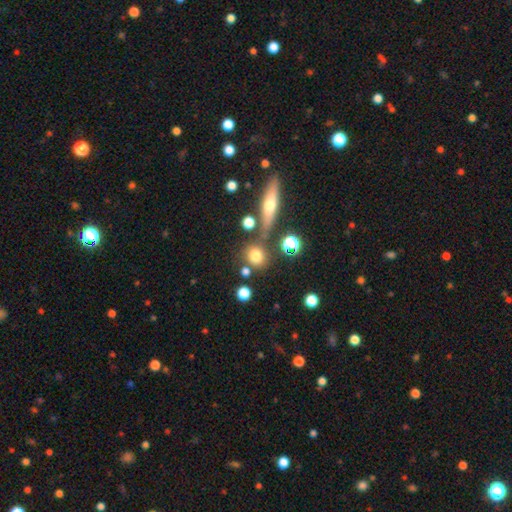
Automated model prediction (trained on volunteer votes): Morphology: type=smooth (73%); roundness=round (80%); merging=none (70%).